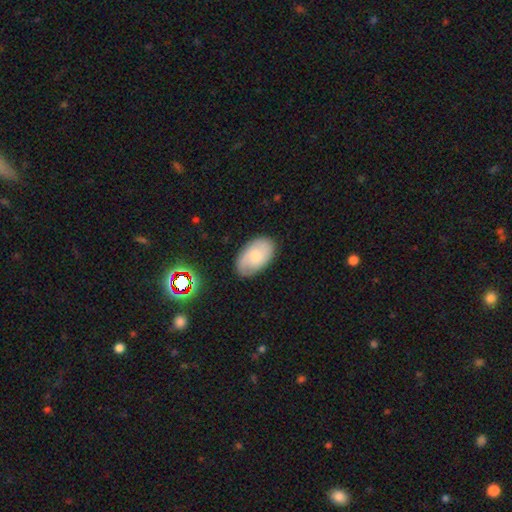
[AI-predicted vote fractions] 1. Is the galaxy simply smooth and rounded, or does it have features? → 60% smooth, 32% featured or disk, 8% star or artifact.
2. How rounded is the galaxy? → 93% in between, 6% round, 1% cigar-shaped.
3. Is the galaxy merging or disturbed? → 82% none, 13% minor disturbance, 3% major disturbance, 1% merger.